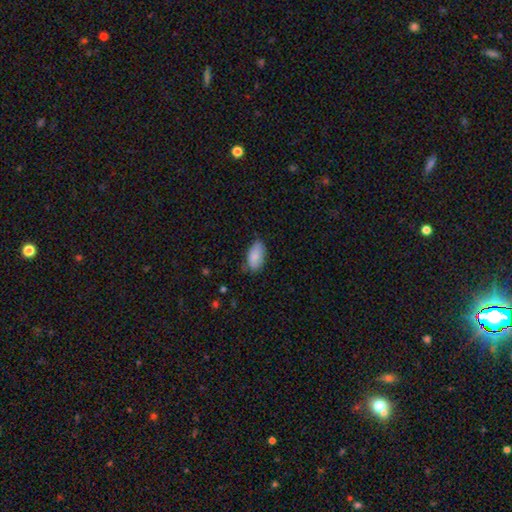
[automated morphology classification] Overall: smooth (86%). How rounded: in between (94%). Merging: none (72%).